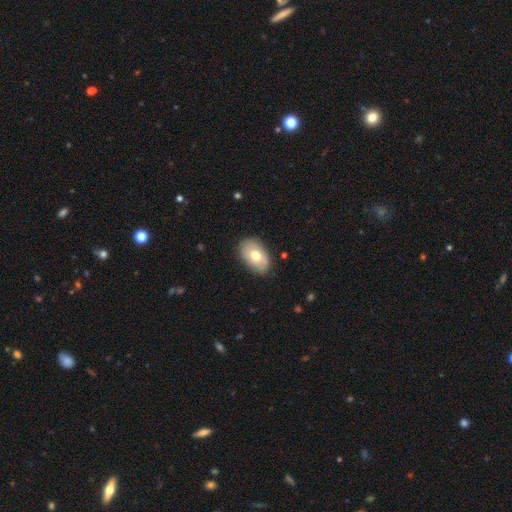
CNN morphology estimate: This is possibly a smooth galaxy (56%). How rounded: clearly in between (89%). Merging: likely none (79%).